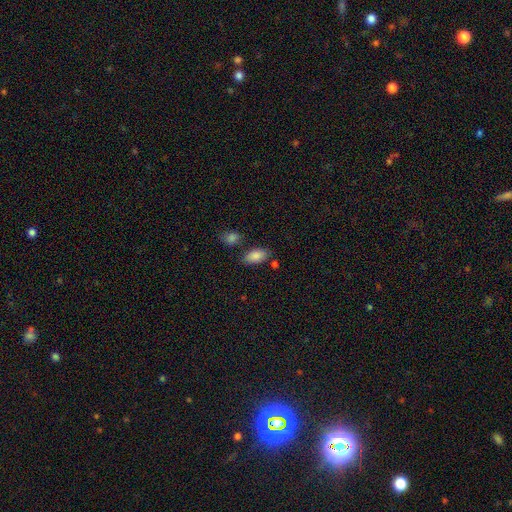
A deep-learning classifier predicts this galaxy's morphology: Smooth or featured: smooth — 86% (star or artifact — 7%)
How rounded: in between — 93% (cigar-shaped — 4%)
Merging: none — 74% (minor disturbance — 15%)